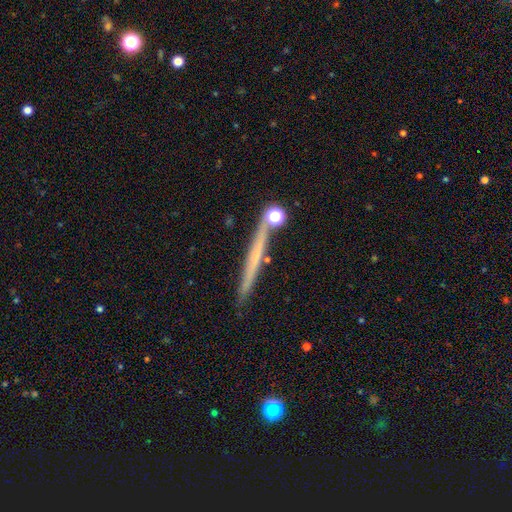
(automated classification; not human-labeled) featured or disk 48%, smooth 43%, star or artifact 8%. Down the decision tree: merging — none (83%).